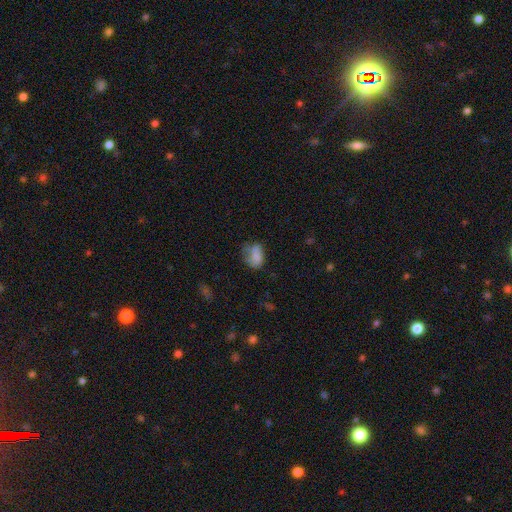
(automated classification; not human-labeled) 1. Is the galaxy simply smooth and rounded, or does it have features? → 65% smooth, 24% featured or disk, 10% star or artifact.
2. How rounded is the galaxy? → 70% in between, 28% round, 1% cigar-shaped.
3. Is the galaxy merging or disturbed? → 33% none, 26% minor disturbance, 22% merger, 19% major disturbance.